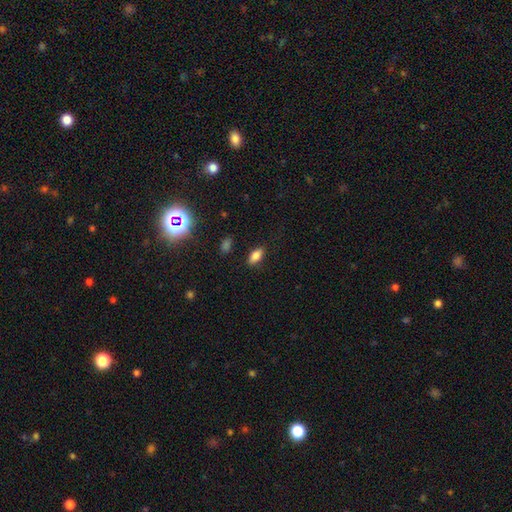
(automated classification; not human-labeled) smooth_or_featured: smooth (p=0.81) [alt: star or artifact p=0.11]
how_rounded: in between (p=0.87) [alt: cigar-shaped p=0.08]
merging: none (p=0.85) [alt: minor disturbance p=0.11]